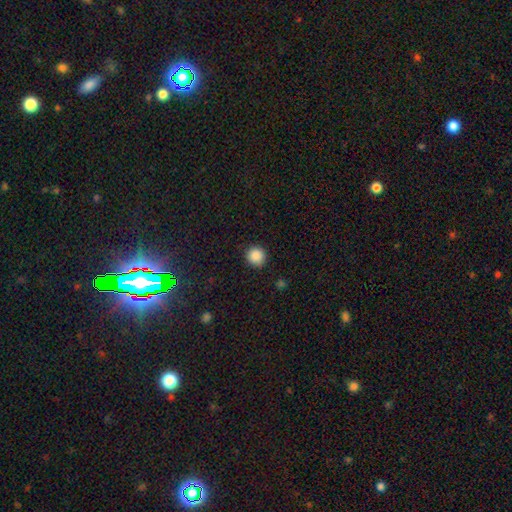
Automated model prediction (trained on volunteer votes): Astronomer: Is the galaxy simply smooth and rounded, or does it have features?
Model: smooth — 88%.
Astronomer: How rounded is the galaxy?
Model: round — 94%.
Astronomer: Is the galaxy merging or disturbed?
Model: none — 90%.